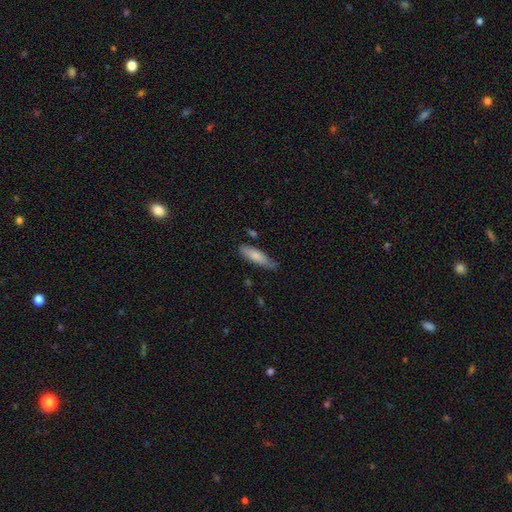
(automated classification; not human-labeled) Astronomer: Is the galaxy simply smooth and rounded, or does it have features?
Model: smooth — 78%.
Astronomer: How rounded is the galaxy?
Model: cigar-shaped — 60% (runner-up: in between, 39%).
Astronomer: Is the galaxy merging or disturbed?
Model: none — 69%.